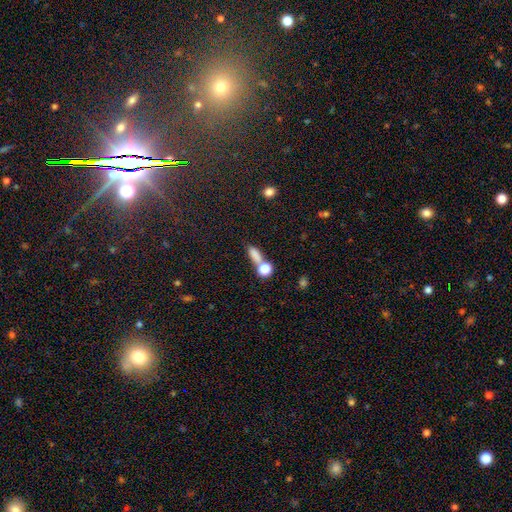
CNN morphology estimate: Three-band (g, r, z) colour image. It shows a smooth galaxy with no disk features (77%) that is in between round and cigar-shaped (54%). Merging: none (46%).